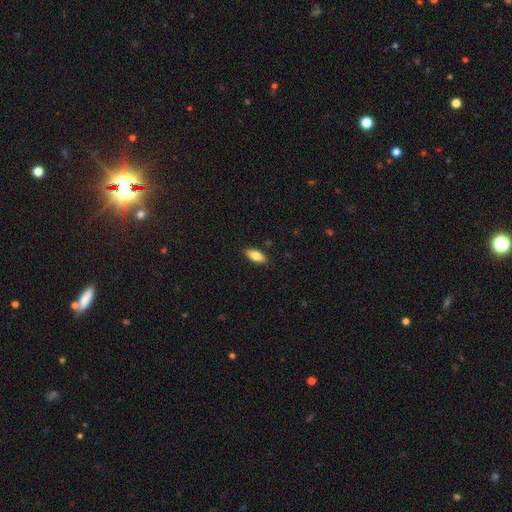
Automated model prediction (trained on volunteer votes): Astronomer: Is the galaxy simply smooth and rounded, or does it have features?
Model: smooth — 82%.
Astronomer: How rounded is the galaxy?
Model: in between — 79%.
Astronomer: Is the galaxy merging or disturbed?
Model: none — 87%.